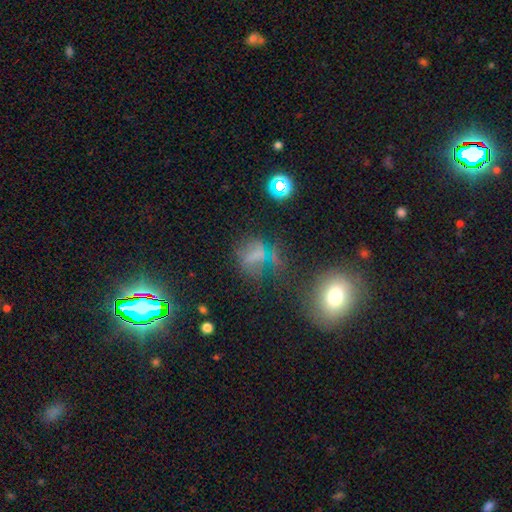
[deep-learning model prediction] smooth 47%, star or artifact 32%, featured or disk 21%. Down the decision tree: merging — none (50%).